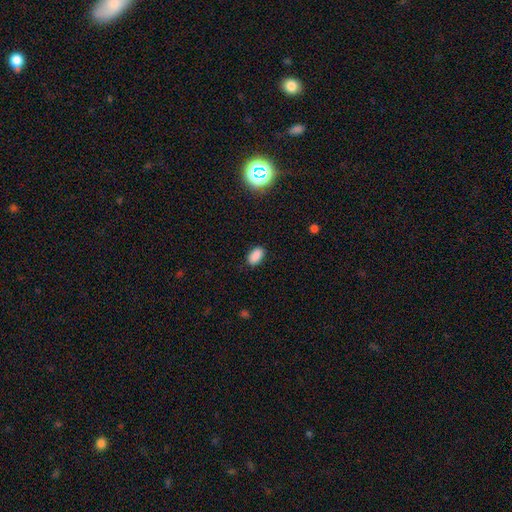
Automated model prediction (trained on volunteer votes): Q: Smooth or featured?
A: smooth (88%); runner-up: star or artifact (9%)
Q: How rounded?
A: in between (92%); runner-up: round (6%)
Q: Merging?
A: none (87%); runner-up: minor disturbance (9%)